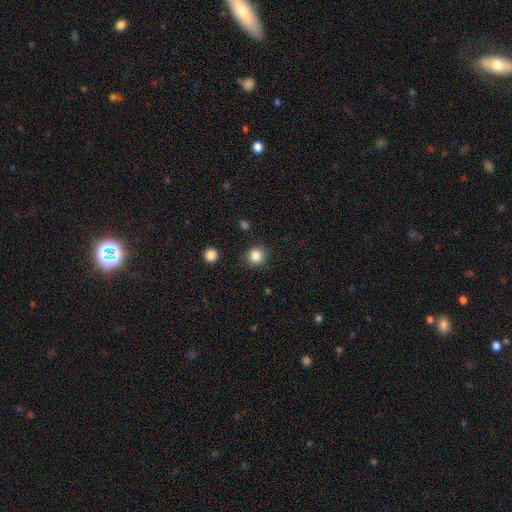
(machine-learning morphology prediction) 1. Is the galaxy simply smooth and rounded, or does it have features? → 85% smooth, 11% star or artifact, 4% featured or disk.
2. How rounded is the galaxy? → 88% round, 11% in between, 1% cigar-shaped.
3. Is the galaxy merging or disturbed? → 88% none, 8% minor disturbance, 3% major disturbance, 2% merger.